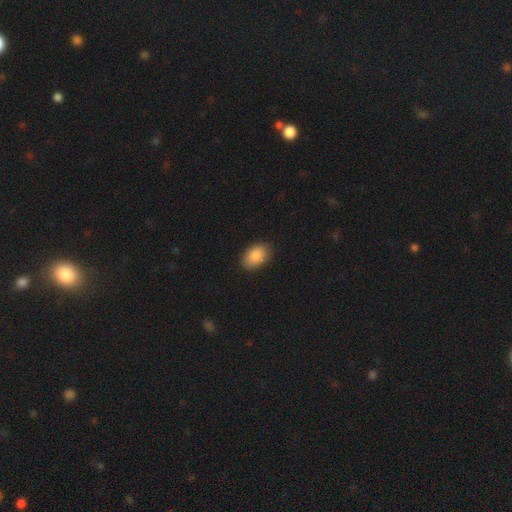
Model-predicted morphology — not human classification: smooth-or-featured: smooth: 89% | star or artifact: 7% | featured or disk: 5%
  how-rounded: in between: 88% | round: 11% | cigar-shaped: 1%
  merging: none: 87% | minor disturbance: 10% | major disturbance: 2% | merger: 1%